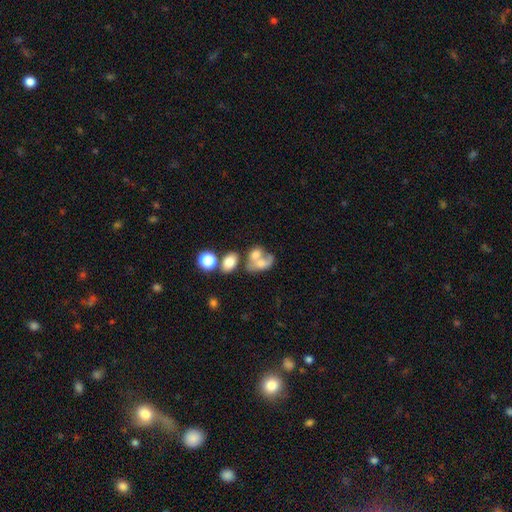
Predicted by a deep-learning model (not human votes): Smooth or featured? smooth (60%)
How rounded? in between (74%)
Merging? merger (56%)